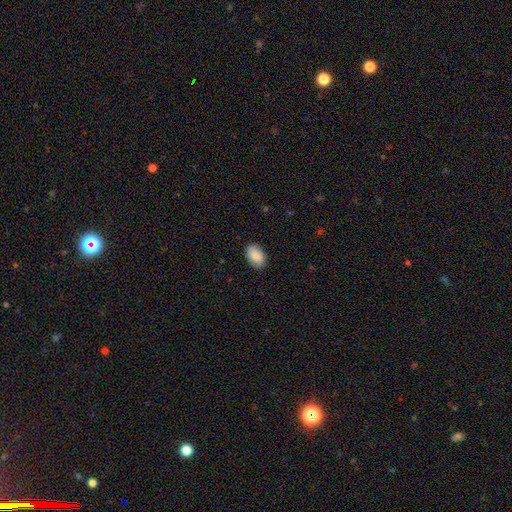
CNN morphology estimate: This appears to be a smooth galaxy with no disk features (87%) that is in between round and cigar-shaped (89%). Merging: none (87%).